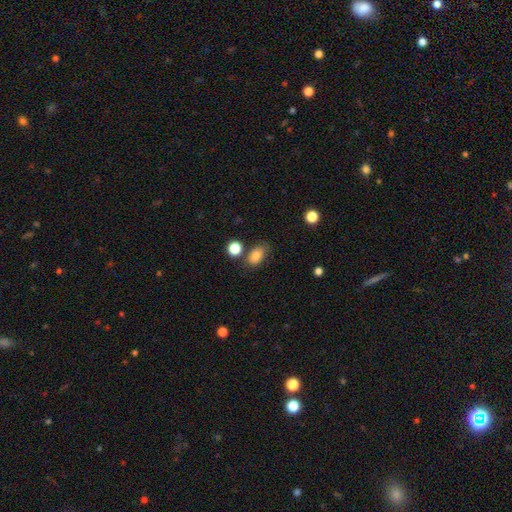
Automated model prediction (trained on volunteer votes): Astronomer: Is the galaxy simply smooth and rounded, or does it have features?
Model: smooth — 83%.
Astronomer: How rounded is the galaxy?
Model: in between — 85%.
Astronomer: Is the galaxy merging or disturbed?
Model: none — 67%.